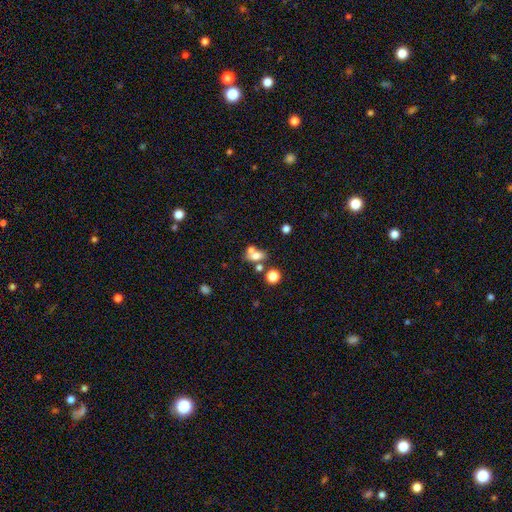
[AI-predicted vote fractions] Smooth or featured: smooth — 66% (featured or disk — 19%)
How rounded: in between — 62% (round — 34%)
Merging: merger — 49% (none — 35%)